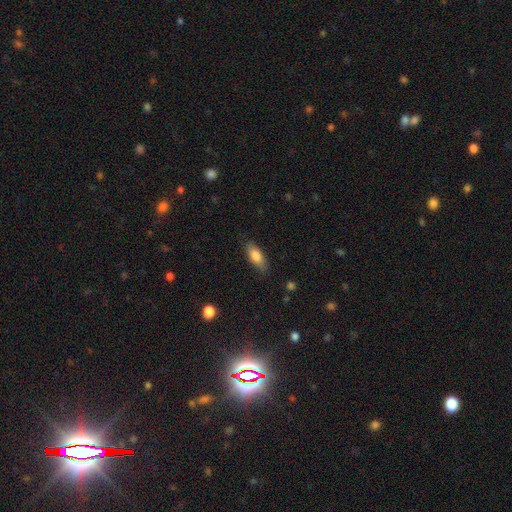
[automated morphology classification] Smooth or featured? Predicted: smooth (p=0.80). How rounded? Predicted: in between (p=0.77). Merging? Predicted: none (p=0.80).